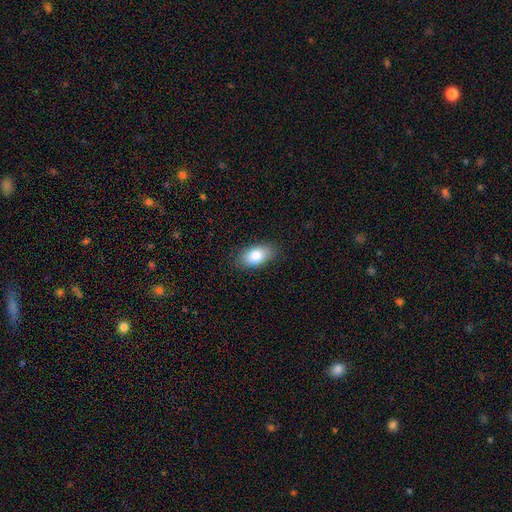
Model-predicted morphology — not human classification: Smooth or featured? Predicted: smooth (p=0.83). How rounded? Predicted: in between (p=0.92). Merging? Predicted: none (p=0.85).